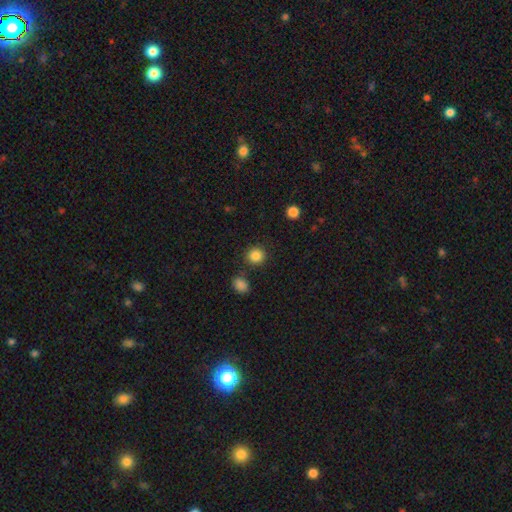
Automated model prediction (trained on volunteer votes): Smooth or featured: smooth — 86% (star or artifact — 10%)
How rounded: round — 88% (in between — 11%)
Merging: none — 84% (minor disturbance — 8%)